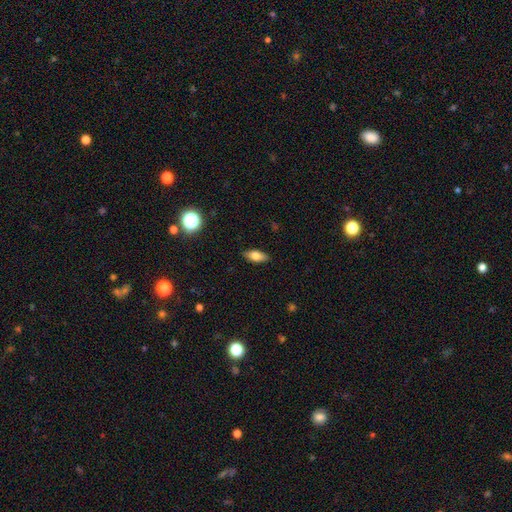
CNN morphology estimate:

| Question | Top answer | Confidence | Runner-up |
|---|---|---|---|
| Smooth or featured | smooth | 73% | featured or disk (19%) |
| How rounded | in between | 80% | cigar-shaped (16%) |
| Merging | none | 87% | minor disturbance (9%) |